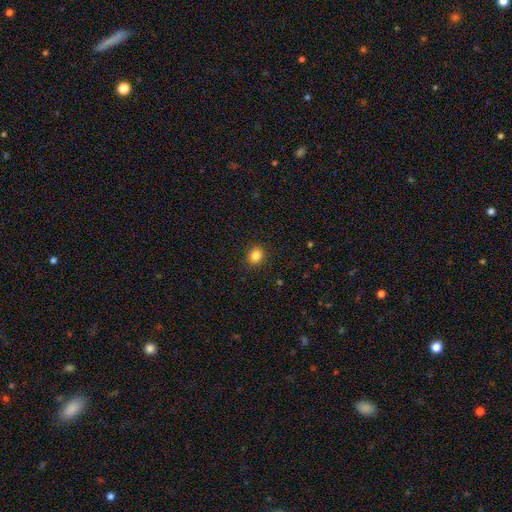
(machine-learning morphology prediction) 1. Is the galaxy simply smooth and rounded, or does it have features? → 84% smooth, 11% star or artifact, 5% featured or disk.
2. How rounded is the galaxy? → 64% round, 35% in between, 1% cigar-shaped.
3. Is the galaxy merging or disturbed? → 90% none, 7% minor disturbance, 2% major disturbance, 1% merger.